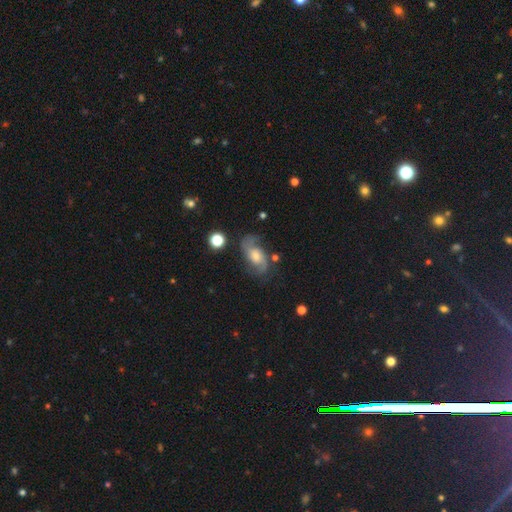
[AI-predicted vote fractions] This appears to be a featured or disk galaxy (75%) with no bar (58%), 2 (87%) medium (45%) spiral arms (93%) and a moderate central bulge (53%). Merging: none (69%).